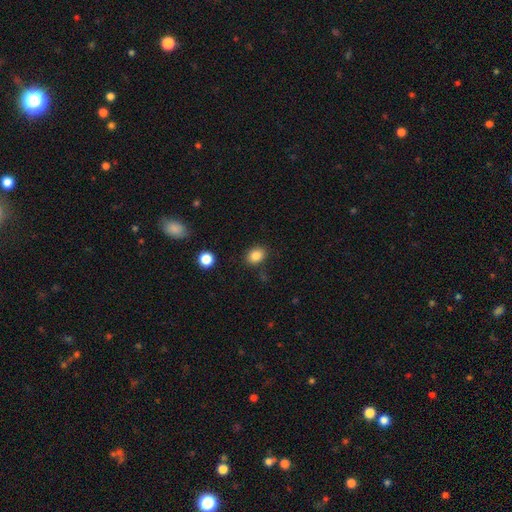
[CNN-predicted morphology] This appears to be a smooth galaxy with no disk features (85%) that is in between round and cigar-shaped (59%). Merging: none (84%).